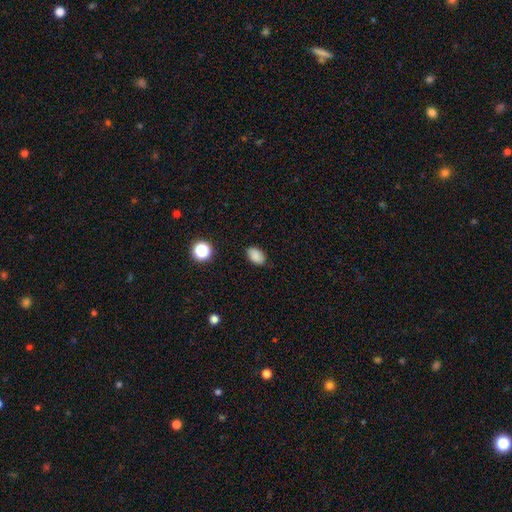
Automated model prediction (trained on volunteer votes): Q: Smooth or featured?
A: smooth (86%); runner-up: star or artifact (10%)
Q: How rounded?
A: in between (88%); runner-up: round (11%)
Q: Merging?
A: none (84%); runner-up: minor disturbance (12%)